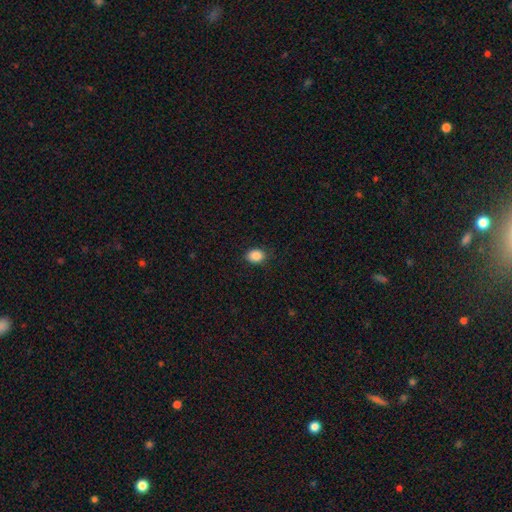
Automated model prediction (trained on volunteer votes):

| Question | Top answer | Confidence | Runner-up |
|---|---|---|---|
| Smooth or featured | smooth | 88% | star or artifact (9%) |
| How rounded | in between | 63% | round (36%) |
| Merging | none | 85% | minor disturbance (12%) |